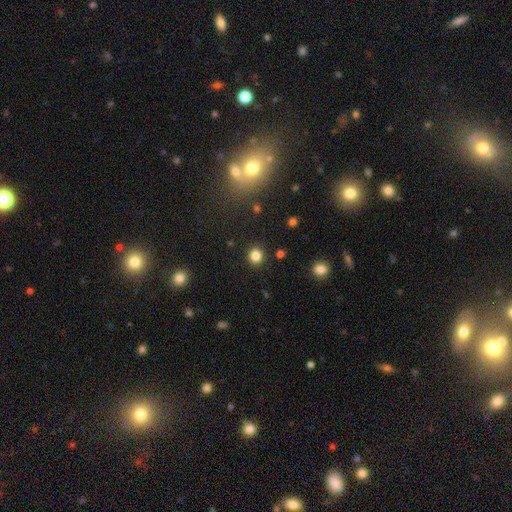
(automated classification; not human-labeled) Morphology: type=smooth (83%); roundness=round (83%); merging=none (90%).